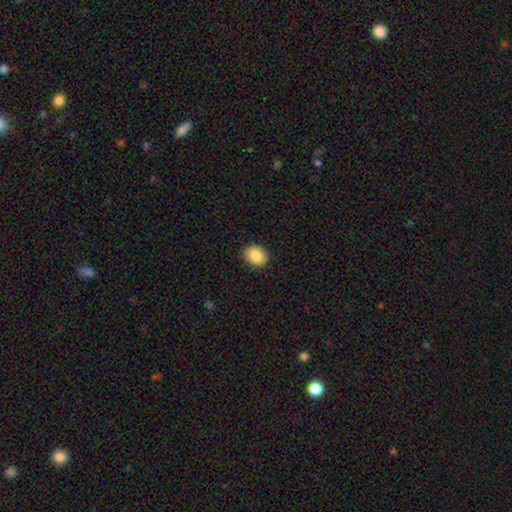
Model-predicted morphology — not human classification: Q: Smooth or featured?
A: smooth (88%); runner-up: star or artifact (8%)
Q: How rounded?
A: in between (57%); runner-up: round (42%)
Q: Merging?
A: none (89%); runner-up: minor disturbance (8%)